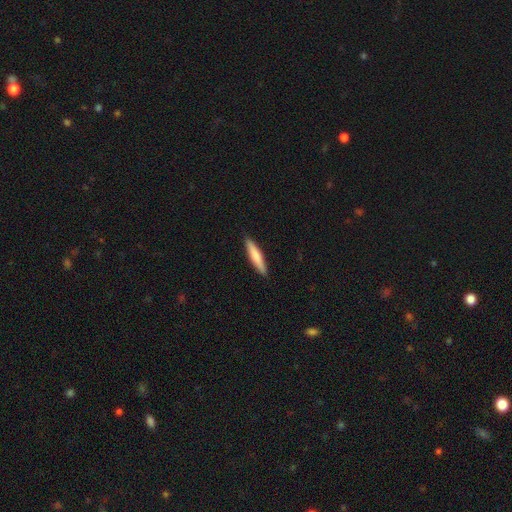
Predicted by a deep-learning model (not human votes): Smooth or featured: smooth — 73% (featured or disk — 22%)
How rounded: cigar-shaped — 88% (in between — 10%)
Merging: none — 91% (minor disturbance — 7%)